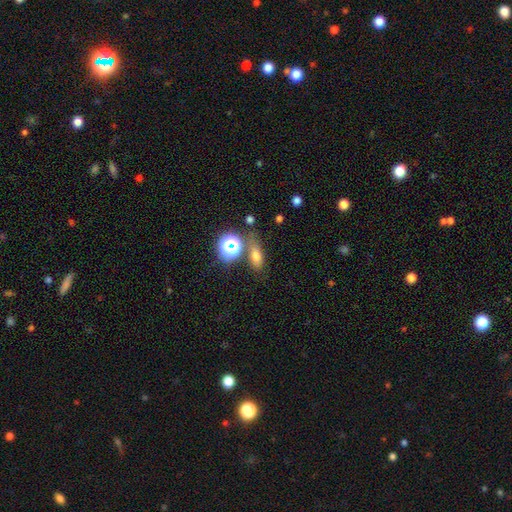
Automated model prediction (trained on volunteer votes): Smooth or featured: smooth — 64% (star or artifact — 24%)
How rounded: in between — 67% (round — 20%)
Merging: none — 69% (minor disturbance — 14%)